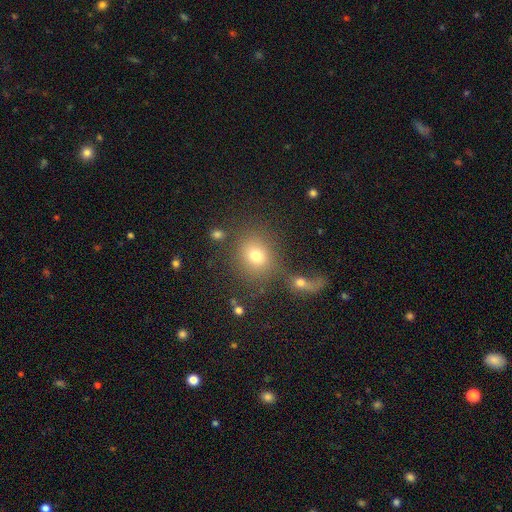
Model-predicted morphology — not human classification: This is likely a smooth galaxy (73%). How rounded: likely round (78%). Merging: likely none (66%).